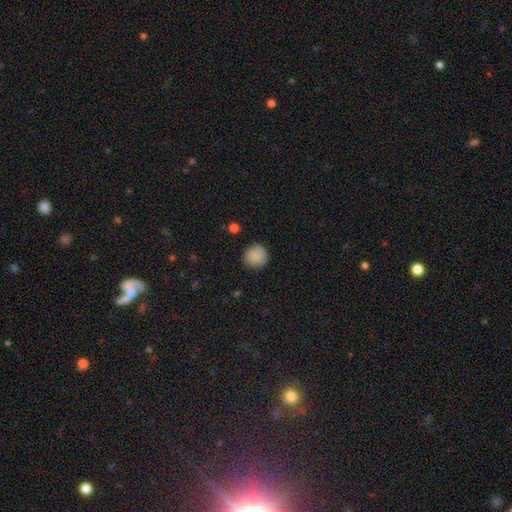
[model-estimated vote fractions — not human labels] This appears to be a smooth galaxy with no disk features (87%) that is round (91%). Merging: none (86%).